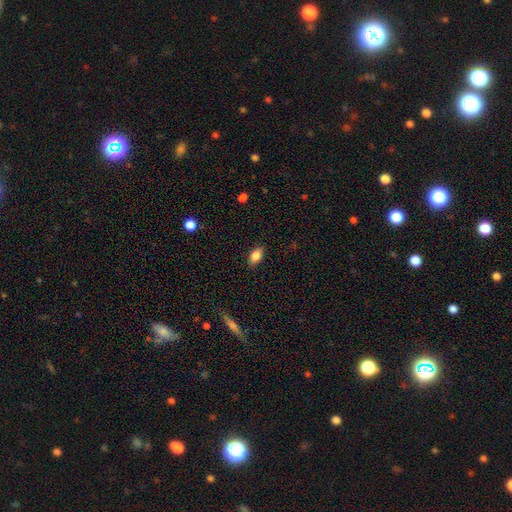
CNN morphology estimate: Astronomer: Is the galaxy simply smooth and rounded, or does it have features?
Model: smooth — 85%.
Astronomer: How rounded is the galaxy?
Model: in between — 89%.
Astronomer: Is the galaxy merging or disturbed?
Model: none — 87%.